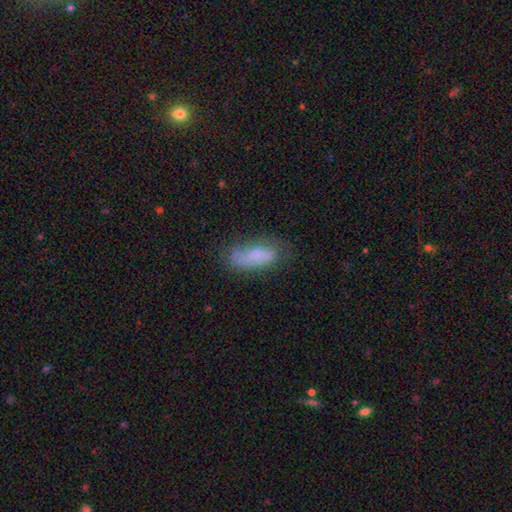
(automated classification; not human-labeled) A smooth galaxy with no disk features (71%) that is in between round and cigar-shaped (72%). Merging: none (52%).